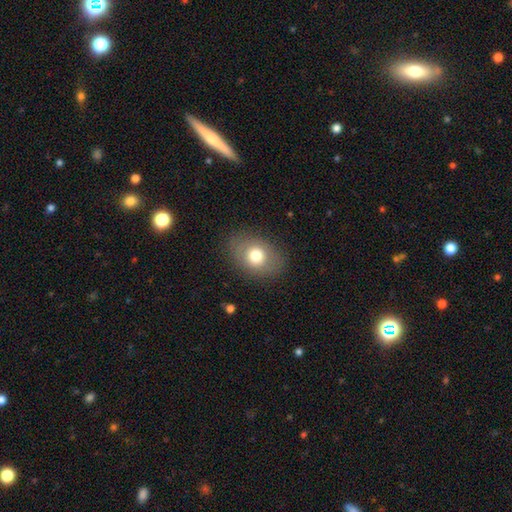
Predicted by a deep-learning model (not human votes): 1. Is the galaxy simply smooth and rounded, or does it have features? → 72% smooth, 18% featured or disk, 9% star or artifact.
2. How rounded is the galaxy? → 66% in between, 33% round, 1% cigar-shaped.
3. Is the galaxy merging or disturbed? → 83% none, 11% minor disturbance, 5% major disturbance, 1% merger.